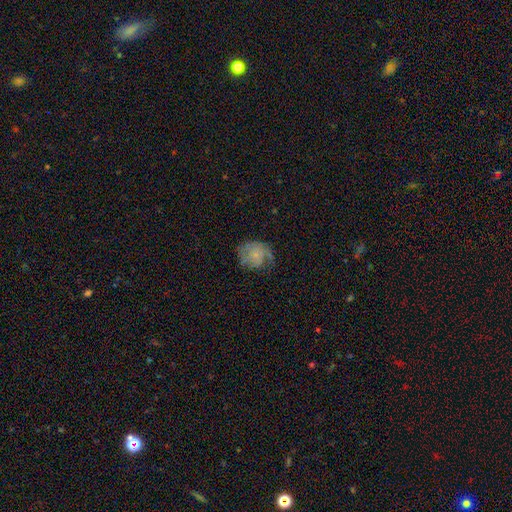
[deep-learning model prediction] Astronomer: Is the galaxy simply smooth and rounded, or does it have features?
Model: smooth — 55% (runner-up: featured or disk, 35%).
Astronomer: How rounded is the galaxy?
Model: round — 64%.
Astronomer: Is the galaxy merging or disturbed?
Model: none — 52% (runner-up: minor disturbance, 29%).